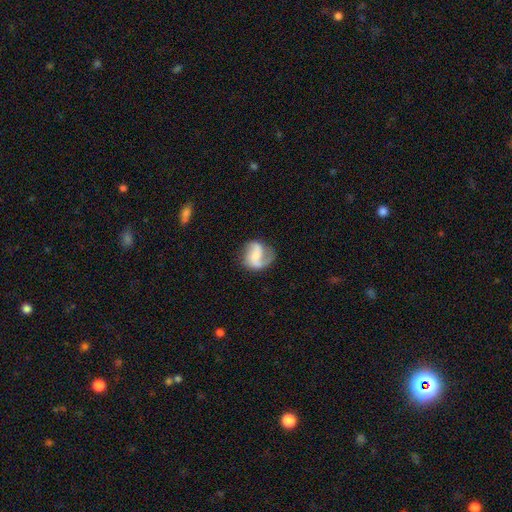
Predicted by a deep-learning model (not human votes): Morphology: type=featured or disk (70%); edge-on=no (98%); bar=weak (40%); spiral arms=yes (92%); winding=loose (50%); arm count=2 (75%); bulge=small (48%); merging=none (62%).